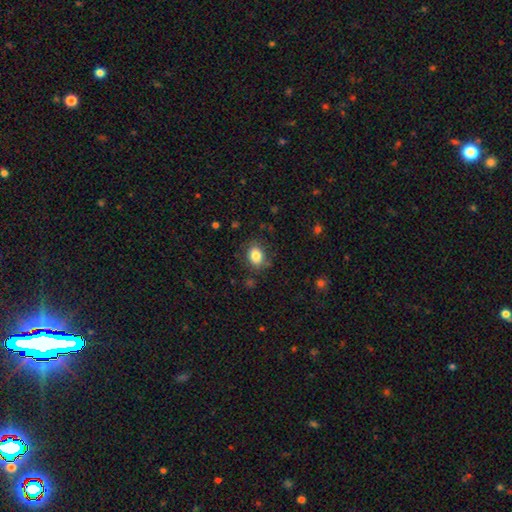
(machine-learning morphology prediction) This is clearly a smooth galaxy (83%). How rounded: likely in between (61%). Merging: likely none (79%).